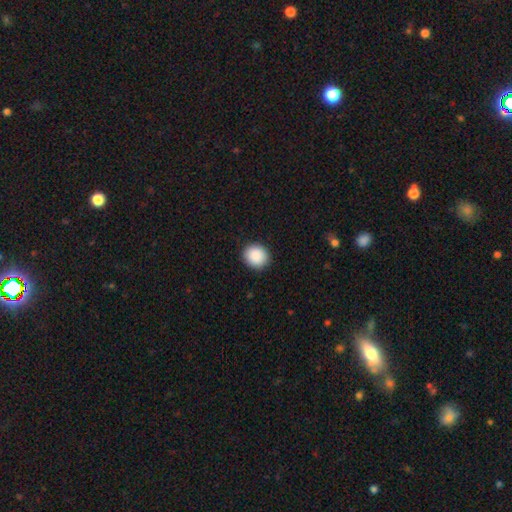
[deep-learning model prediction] Smooth or featured?
  - smooth: 90% *
  - star or artifact: 7%
  - featured or disk: 3%
How rounded?
  - round: 86% *
  - in between: 13%
  - cigar-shaped: 1%
Merging?
  - none: 91% *
  - minor disturbance: 6%
  - major disturbance: 2%
  - merger: 1%